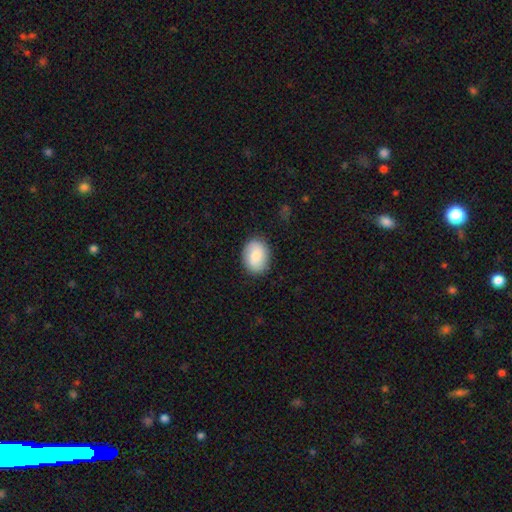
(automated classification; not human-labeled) This is clearly a smooth galaxy (81%). How rounded: likely in between (67%). Merging: clearly none (85%).